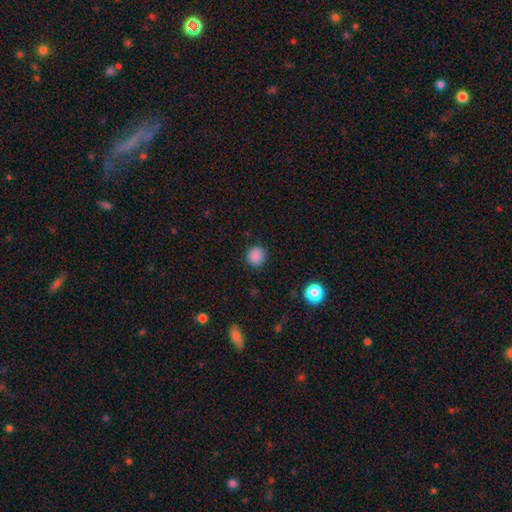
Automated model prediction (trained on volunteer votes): Morphology: type=smooth (87%); roundness=round (93%); merging=none (90%).